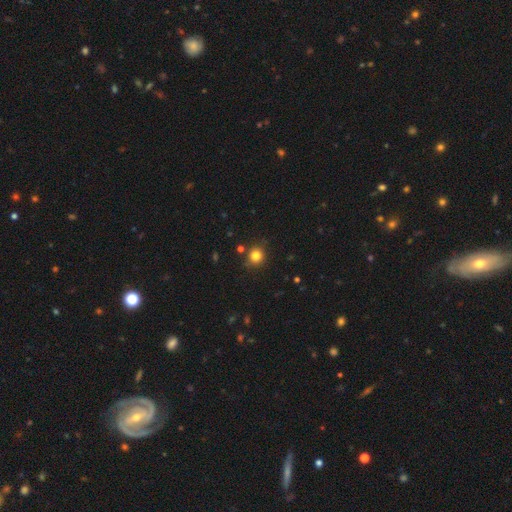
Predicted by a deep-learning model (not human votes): Smooth or featured?
  - smooth: 82% *
  - star or artifact: 13%
  - featured or disk: 5%
How rounded?
  - round: 88% *
  - in between: 11%
  - cigar-shaped: 1%
Merging?
  - none: 84% *
  - minor disturbance: 10%
  - merger: 4%
  - major disturbance: 3%